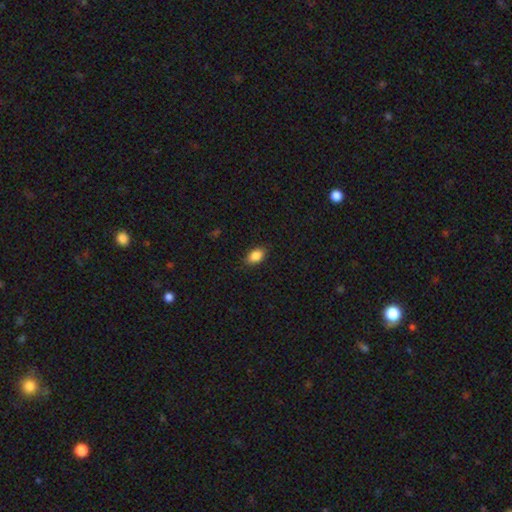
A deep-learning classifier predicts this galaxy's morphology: smooth_or_featured: smooth (p=0.87) [alt: star or artifact p=0.08]
how_rounded: in between (p=0.87) [alt: round p=0.11]
merging: none (p=0.86) [alt: minor disturbance p=0.10]